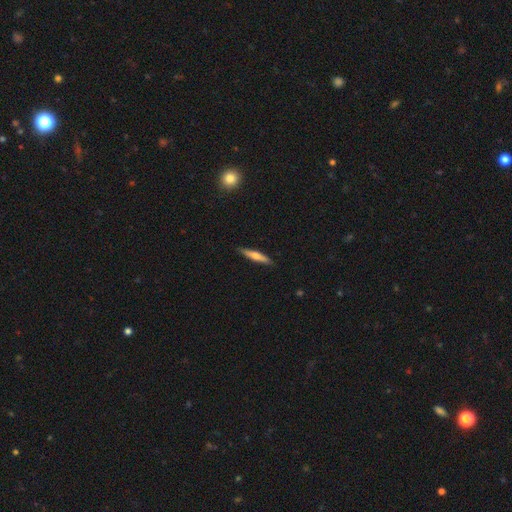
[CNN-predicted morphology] A smooth galaxy with no disk features (53%) that is cigar-shaped (90%). Merging: none (88%).